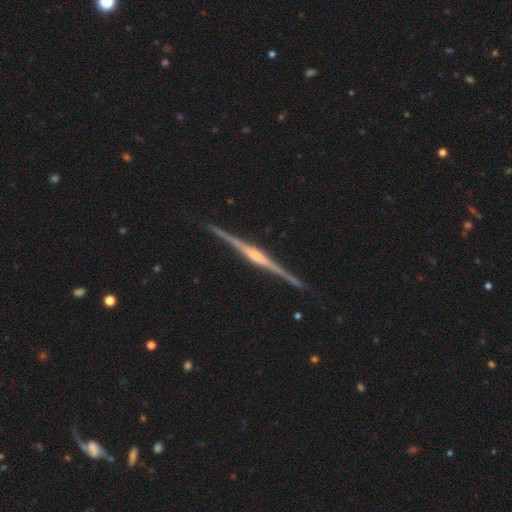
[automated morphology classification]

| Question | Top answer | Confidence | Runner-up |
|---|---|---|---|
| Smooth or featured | featured or disk | 88% | smooth (7%) |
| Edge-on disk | yes | 99% | no (1%) |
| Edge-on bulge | rounded | 65% | boxy (24%) |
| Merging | none | 91% | minor disturbance (6%) |